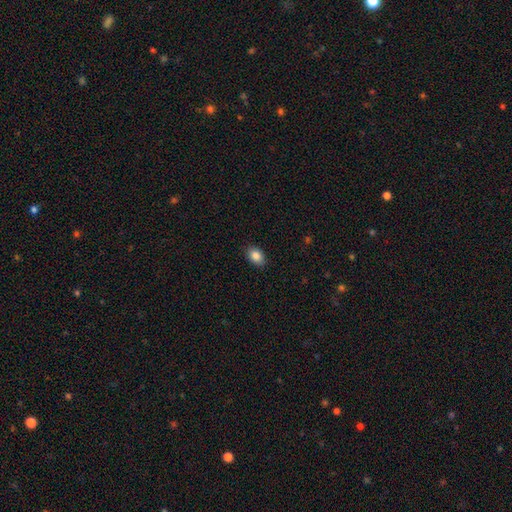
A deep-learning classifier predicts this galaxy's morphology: This is clearly a smooth galaxy (87%). How rounded: likely in between (79%). Merging: clearly none (89%).